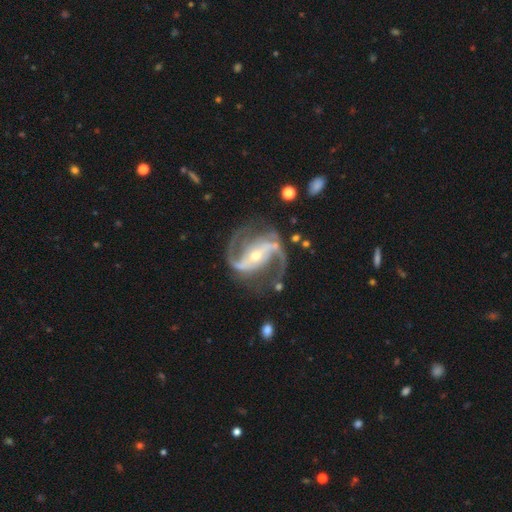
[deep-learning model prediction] smooth_or_featured: featured or disk (p=0.93) [alt: star or artifact p=0.05]
disk_edge_on: no (p=0.97) [alt: yes p=0.03]
bar: strong (p=0.53) [alt: weak p=0.28]
has_spiral_arms: yes (p=0.98) [alt: no p=0.02]
spiral_winding: medium (p=0.54) [alt: loose p=0.35]
spiral_arm_count: 2 (p=0.90) [alt: 3 p=0.04]
bulge_size: small (p=0.59) [alt: moderate p=0.37]
merging: none (p=0.74) [alt: minor disturbance p=0.15]